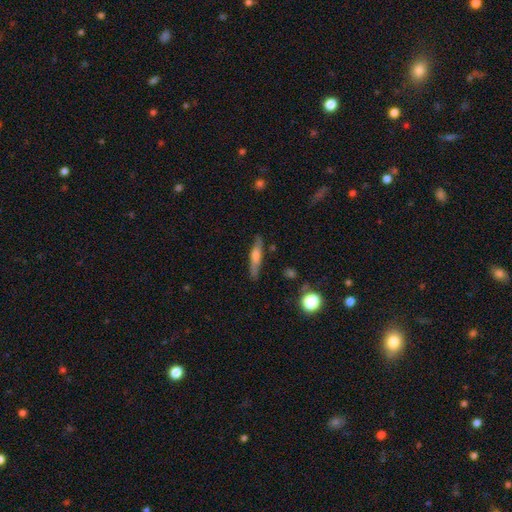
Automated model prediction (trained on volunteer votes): Q: Smooth or featured?
A: smooth (51%); runner-up: featured or disk (42%)
Q: How rounded?
A: cigar-shaped (84%); runner-up: in between (13%)
Q: Merging?
A: none (80%); runner-up: minor disturbance (14%)